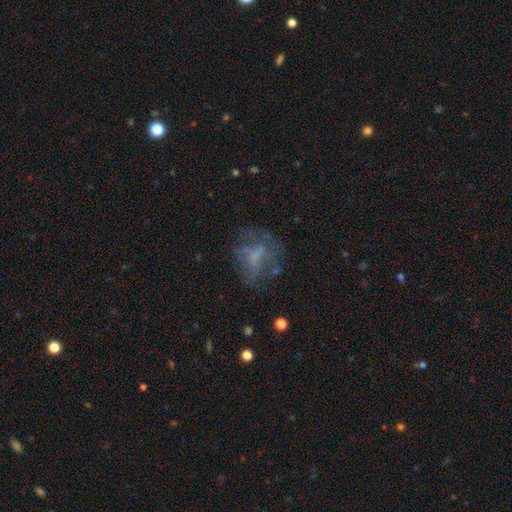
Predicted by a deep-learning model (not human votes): A smooth galaxy with no disk features (42%).

Vote fractions:
- Smooth or featured? smooth: 42% / featured or disk: 40% / star or artifact: 18%
- Merging? none: 51% / major disturbance: 26% / minor disturbance: 20% / merger: 4%